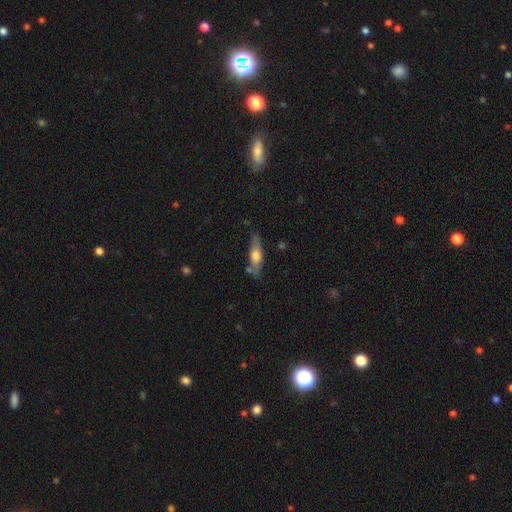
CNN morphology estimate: Q: Smooth or featured?
A: smooth (56%); runner-up: featured or disk (38%)
Q: How rounded?
A: cigar-shaped (50%); runner-up: in between (48%)
Q: Merging?
A: none (72%); runner-up: minor disturbance (18%)